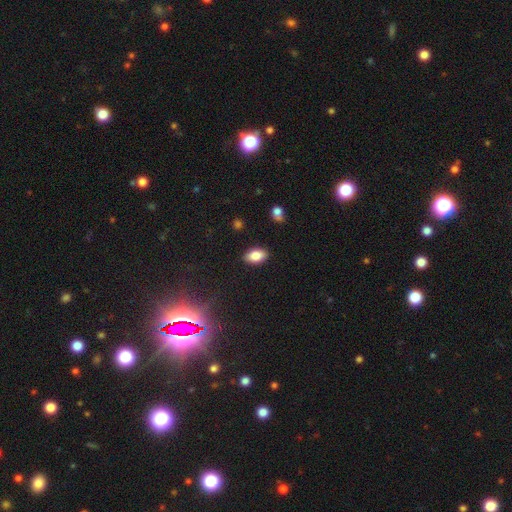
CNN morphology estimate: Smooth or featured? smooth (83%)
How rounded? in between (91%)
Merging? none (88%)